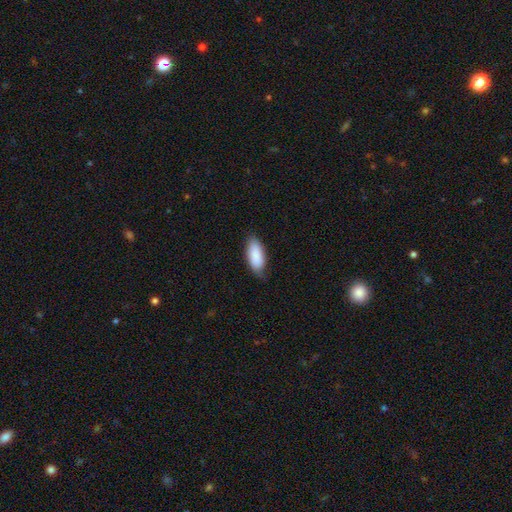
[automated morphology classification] smooth 87%, featured or disk 7%, star or artifact 6%. Down the decision tree: how rounded — in between (88%); merging — none (71%).